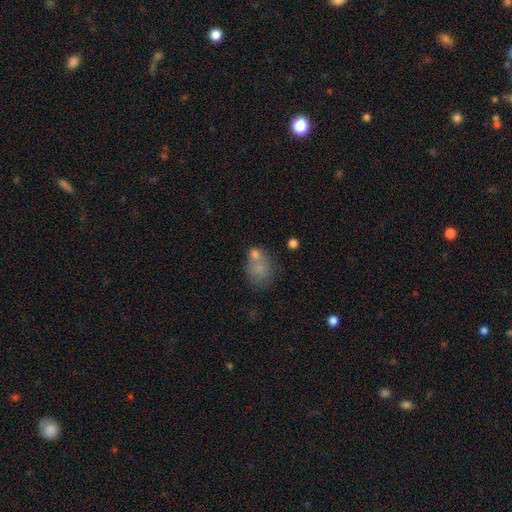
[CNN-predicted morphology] smooth_or_featured: smooth (p=0.70) [alt: featured or disk p=0.17]
how_rounded: round (p=0.50) [alt: in between p=0.48]
merging: merger (p=0.39) [alt: none p=0.38]